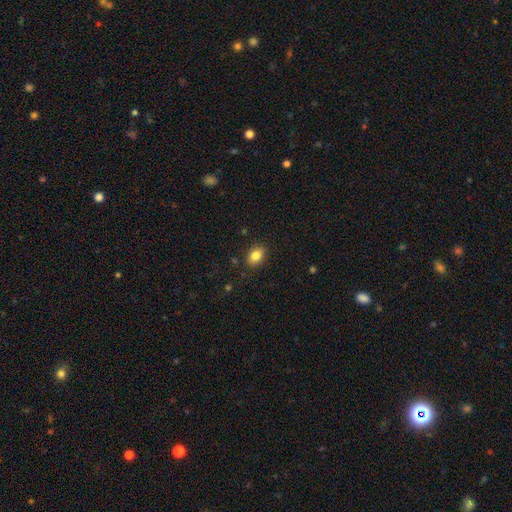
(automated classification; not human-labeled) A smooth galaxy with no disk features (83%) that is in between round and cigar-shaped (80%). Merging: none (87%).